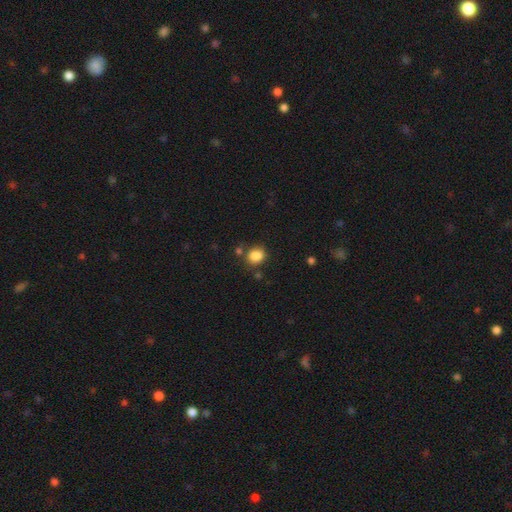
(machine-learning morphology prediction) This appears to be a smooth galaxy with no disk features (86%) that is round (58%). Merging: none (73%).